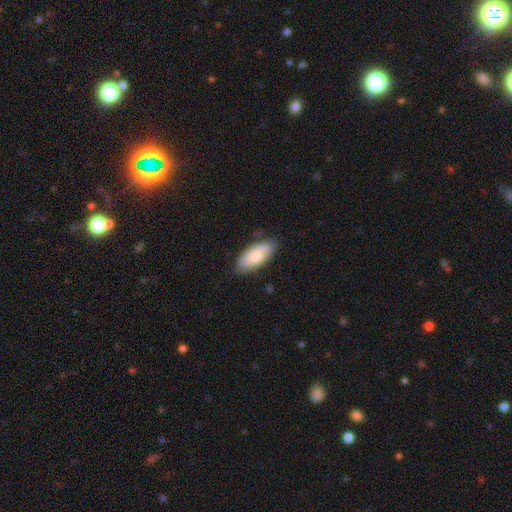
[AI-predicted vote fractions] smooth_or_featured: smooth (p=0.75) [alt: featured or disk p=0.20]
how_rounded: in between (p=0.89) [alt: cigar-shaped p=0.09]
merging: none (p=0.79) [alt: minor disturbance p=0.17]